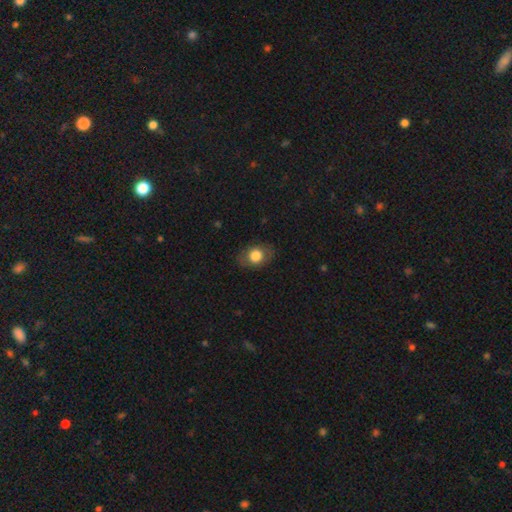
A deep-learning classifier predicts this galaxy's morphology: Smooth or featured? smooth (76%)
How rounded? in between (63%)
Merging? none (81%)